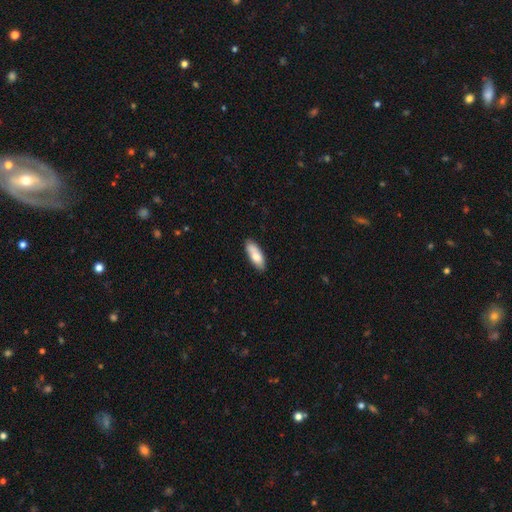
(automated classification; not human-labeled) This appears to be a smooth galaxy with no disk features (79%) that is in between round and cigar-shaped (68%). Merging: none (79%).